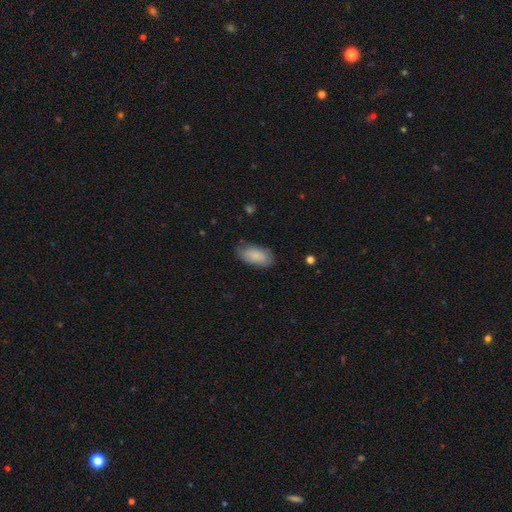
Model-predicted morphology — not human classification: Smooth or featured: smooth — 85% (featured or disk — 9%)
How rounded: in between — 93% (cigar-shaped — 5%)
Merging: none — 73% (minor disturbance — 21%)